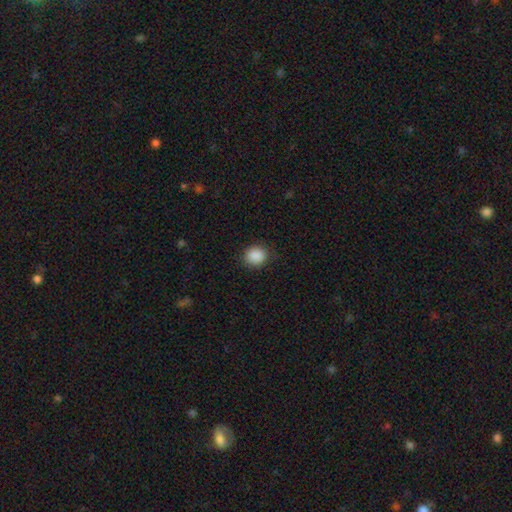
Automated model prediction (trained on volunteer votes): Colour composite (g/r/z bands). It shows a smooth galaxy with no disk features (89%) that is round (77%). Merging: none (88%).